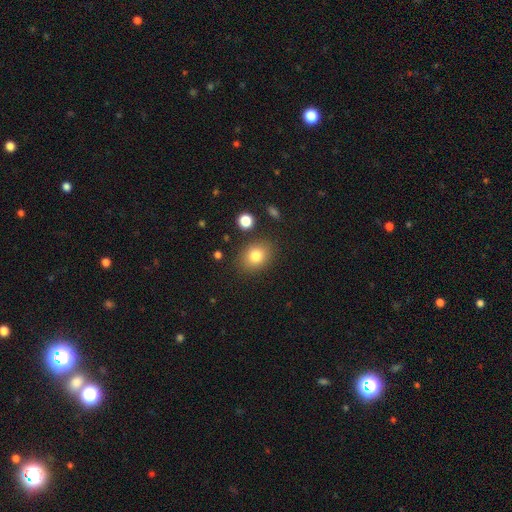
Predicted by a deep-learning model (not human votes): smooth 81%, star or artifact 10%, featured or disk 9%. Down the decision tree: how rounded — in between (56%); merging — none (83%).